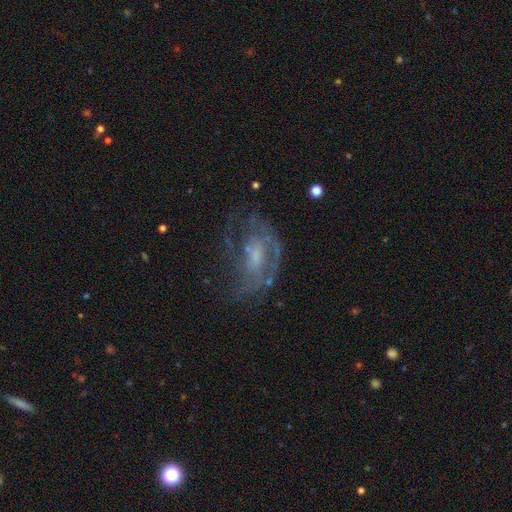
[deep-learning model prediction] smooth-or-featured: featured or disk: 76% | smooth: 14% | star or artifact: 9%
  disk-edge-on: no: 96% | yes: 4%
    bar: no: 50% | weak: 39% | strong: 10%
    has-spiral-arms: yes: 77% | no: 23%
      spiral-winding: medium: 43% | tight: 33% | loose: 24%
      spiral-arm-count: can't tell: 35% | 2: 31% | 1: 14% | 3: 12% | 4: 4% | more than 4: 3%
    bulge-size: small: 41% | moderate: 29% | none: 24% | large: 4% | dominant: 1%
  merging: none: 50% | major disturbance: 27% | minor disturbance: 20% | merger: 3%